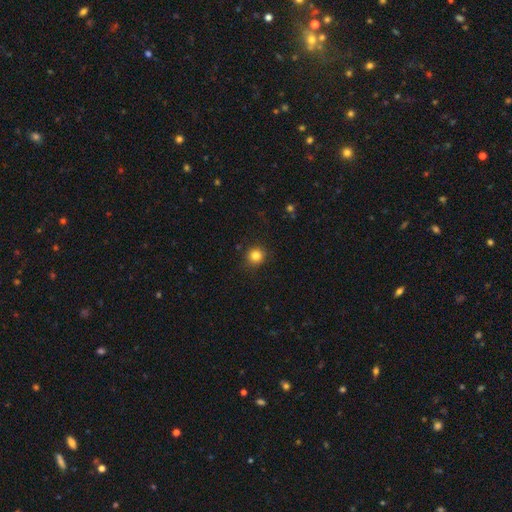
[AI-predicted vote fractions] This is clearly a smooth galaxy (83%). How rounded: clearly round (92%). Merging: clearly none (89%).